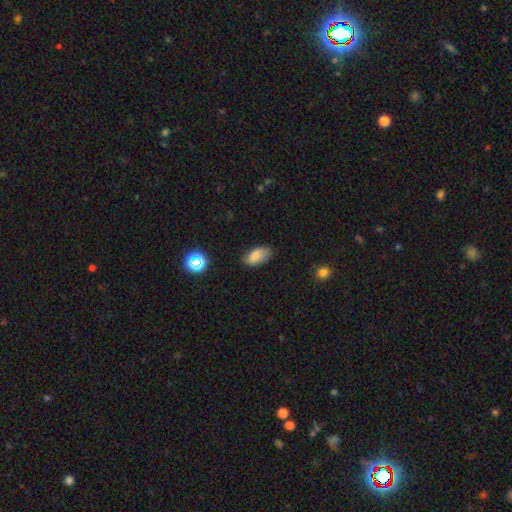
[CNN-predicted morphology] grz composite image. It shows a smooth galaxy with no disk features (81%) that is in between round and cigar-shaped (92%). Merging: none (73%).